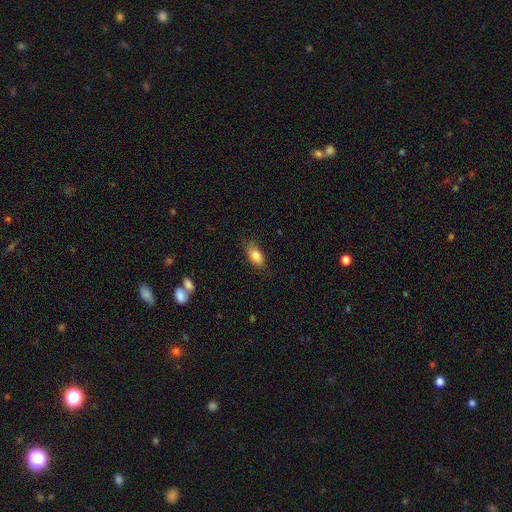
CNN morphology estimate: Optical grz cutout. It shows a smooth galaxy with no disk features (82%) that is in between round and cigar-shaped (86%). Merging: none (78%).